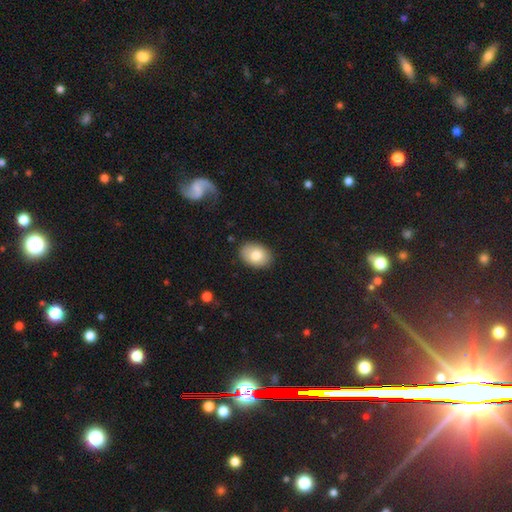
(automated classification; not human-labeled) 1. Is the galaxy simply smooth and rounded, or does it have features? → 82% smooth, 11% featured or disk, 7% star or artifact.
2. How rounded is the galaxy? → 78% in between, 21% round, 1% cigar-shaped.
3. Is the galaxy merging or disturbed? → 87% none, 10% minor disturbance, 2% major disturbance, 1% merger.